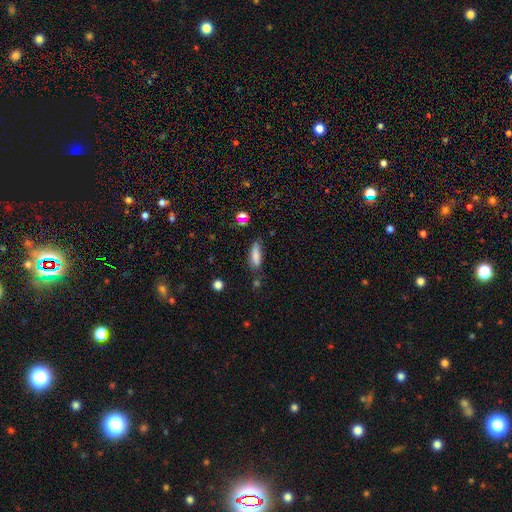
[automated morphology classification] This is clearly a smooth galaxy (81%). How rounded: possibly in between (51%). Merging: likely none (67%).